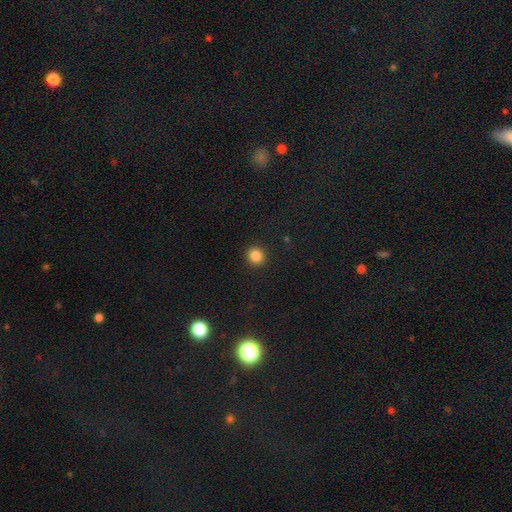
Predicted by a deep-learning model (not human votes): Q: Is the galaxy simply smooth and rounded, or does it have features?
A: smooth — 85%.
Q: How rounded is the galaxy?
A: round — 89%.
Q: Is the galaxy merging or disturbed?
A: none — 92%.